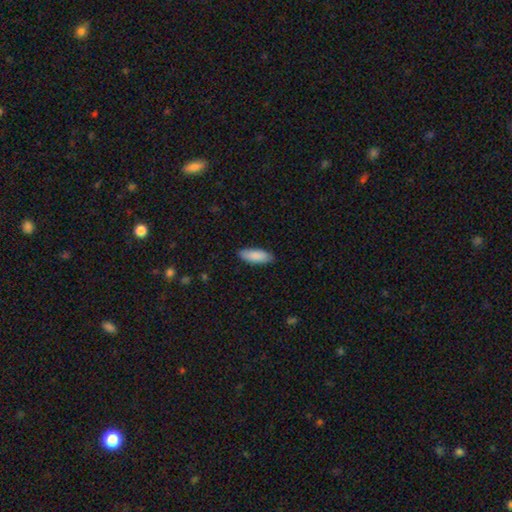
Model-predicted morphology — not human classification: This appears to be a smooth galaxy with no disk features (89%) that is in between round and cigar-shaped (72%). Merging: none (87%).